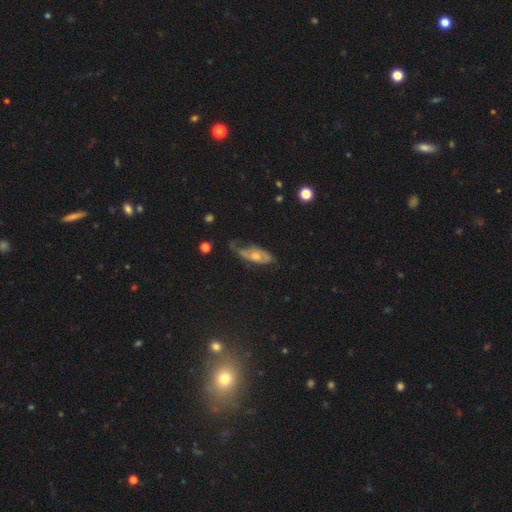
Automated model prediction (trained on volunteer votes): Smooth or featured? Predicted: featured or disk (p=0.63). Edge-on disk? Predicted: no (p=0.82). Bar? Predicted: no (p=0.75). Spiral arms? Predicted: yes (p=0.75). Bulge size? Predicted: moderate (p=0.61). Merging? Predicted: none (p=0.48).